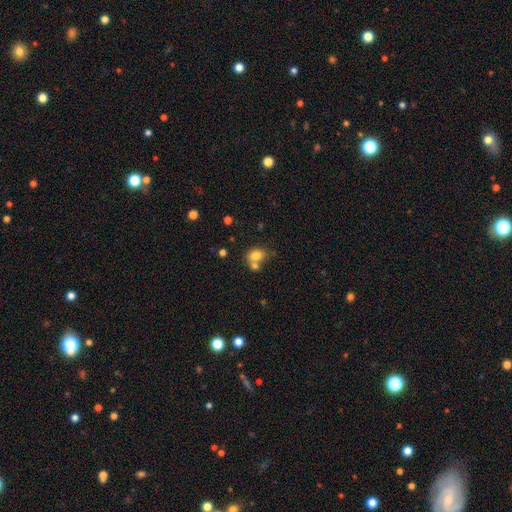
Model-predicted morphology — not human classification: Smooth or featured? Predicted: smooth (p=0.79). How rounded? Predicted: in between (p=0.56). Merging? Predicted: none (p=0.43).